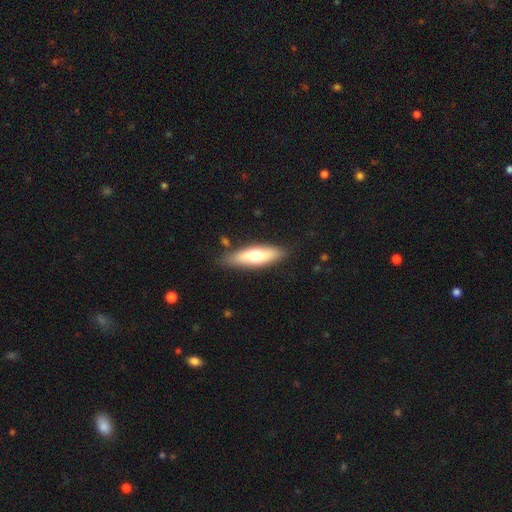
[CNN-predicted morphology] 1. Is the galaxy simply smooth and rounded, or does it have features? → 58% smooth, 36% featured or disk, 6% star or artifact.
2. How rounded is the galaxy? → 52% cigar-shaped, 46% in between, 2% round.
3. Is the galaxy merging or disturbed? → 82% none, 13% minor disturbance, 3% major disturbance, 2% merger.